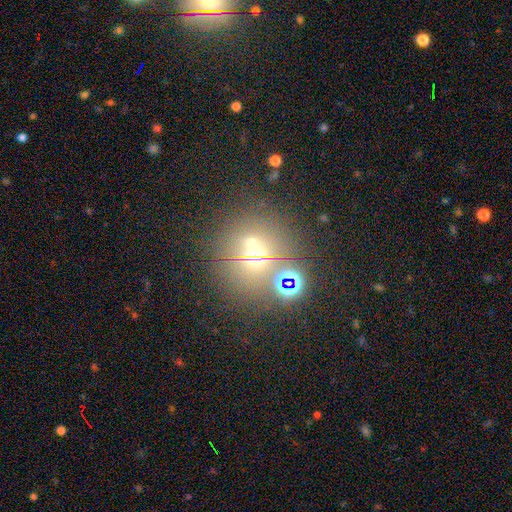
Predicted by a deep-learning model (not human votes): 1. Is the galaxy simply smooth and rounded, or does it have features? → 45% smooth, 37% star or artifact, 18% featured or disk.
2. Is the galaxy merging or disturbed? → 59% none, 27% merger, 9% minor disturbance, 6% major disturbance.